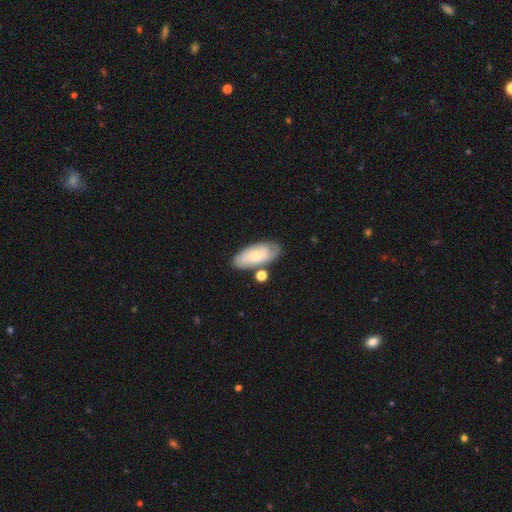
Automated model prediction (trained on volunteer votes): A smooth galaxy with no disk features (55%) that is in between round and cigar-shaped (86%). Merging: none (67%).